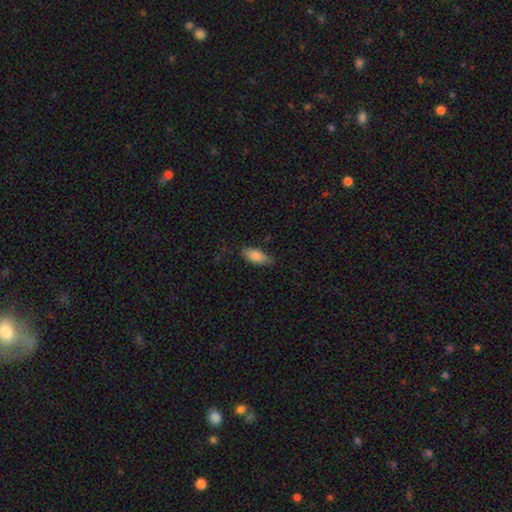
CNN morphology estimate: Overall: smooth (83%). How rounded: in between (85%). Merging: none (77%).